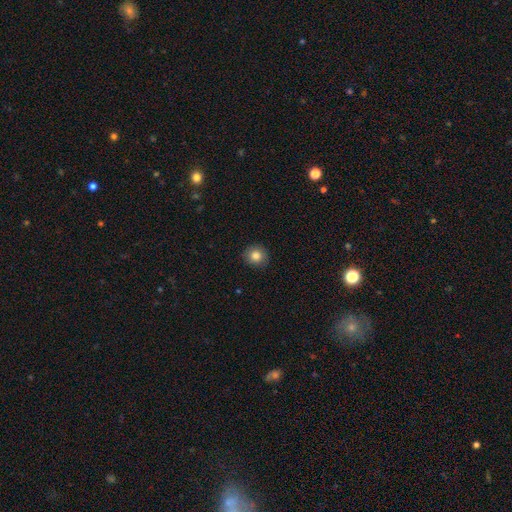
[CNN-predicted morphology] Smooth or featured?
  - smooth: 83% *
  - star or artifact: 10%
  - featured or disk: 6%
How rounded?
  - round: 91% *
  - in between: 8%
  - cigar-shaped: 1%
Merging?
  - none: 90% *
  - minor disturbance: 7%
  - major disturbance: 2%
  - merger: 1%